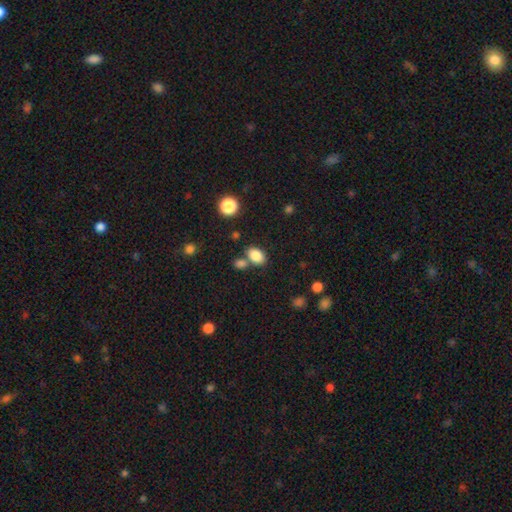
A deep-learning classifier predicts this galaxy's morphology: Smooth or featured? smooth (85%)
How rounded? in between (82%)
Merging? none (65%)